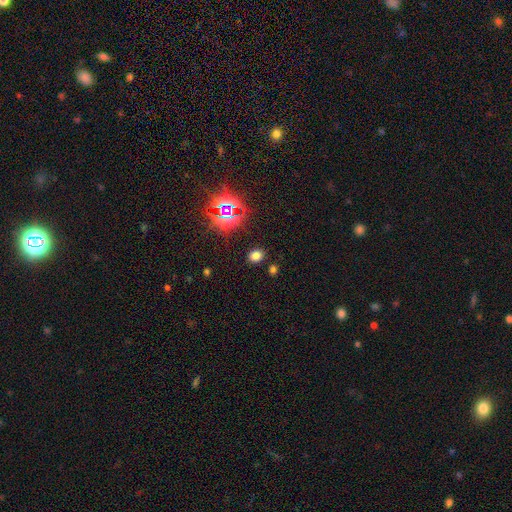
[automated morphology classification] Smooth or featured? smooth (69%)
How rounded? round (50%)
Merging? none (87%)